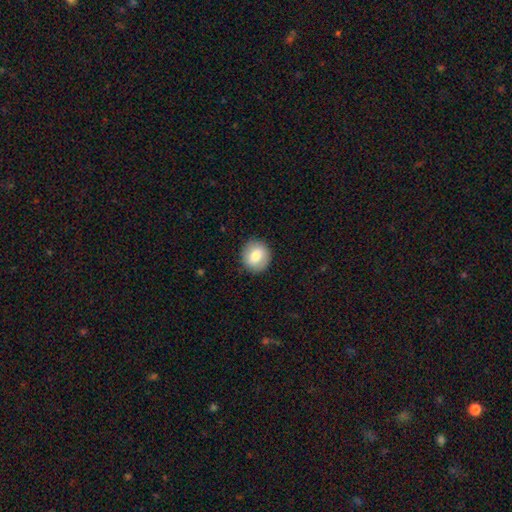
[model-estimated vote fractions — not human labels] The model was most divided on "smooth or featured": smooth: 78%, featured or disk: 15%, star or artifact: 7%. More confident: merging — none (88%); how rounded — round (82%).